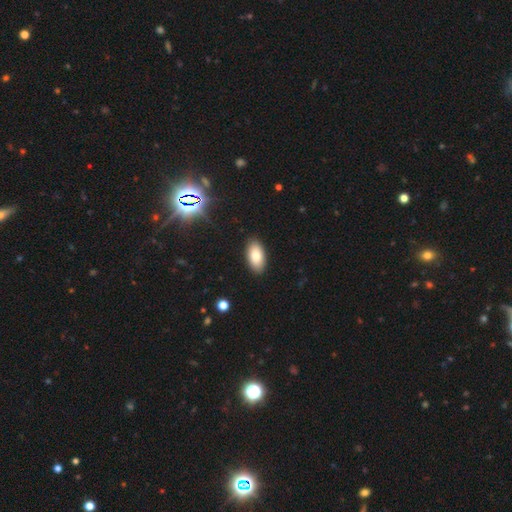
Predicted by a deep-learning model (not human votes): smooth 81%, featured or disk 10%, star or artifact 8%. Down the decision tree: how rounded — in between (94%); merging — none (89%).